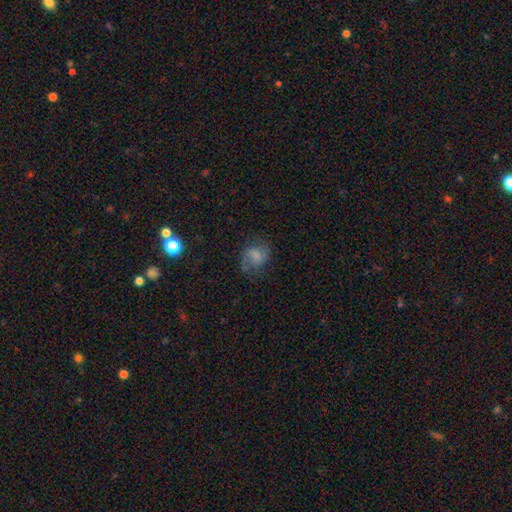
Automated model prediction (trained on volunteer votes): A smooth galaxy with no disk features (50%).

Vote fractions:
- Smooth or featured? smooth: 50% / featured or disk: 38% / star or artifact: 12%
- Merging? none: 50% / minor disturbance: 24% / major disturbance: 24% / merger: 2%